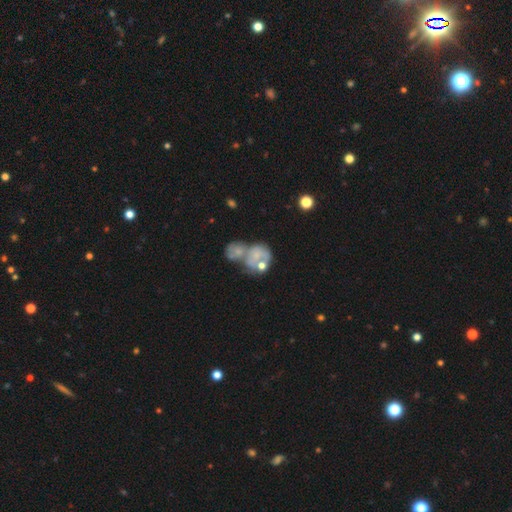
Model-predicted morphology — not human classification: type=featured or disk (44%); merging=merger (62%).